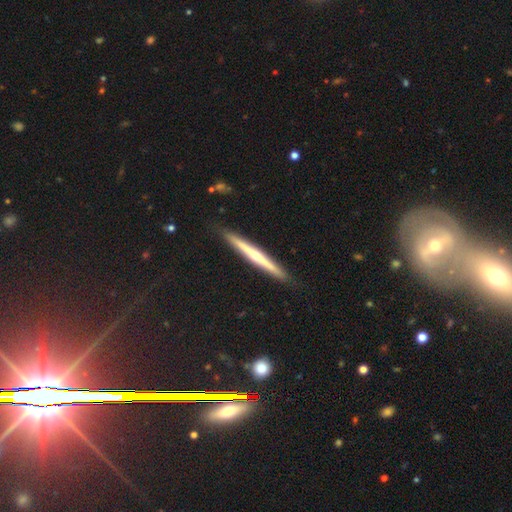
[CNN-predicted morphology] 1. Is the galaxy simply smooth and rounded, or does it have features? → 66% featured or disk, 28% smooth, 6% star or artifact.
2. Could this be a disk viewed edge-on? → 98% yes, 2% no.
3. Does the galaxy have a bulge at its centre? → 61% rounded, 34% none, 5% boxy.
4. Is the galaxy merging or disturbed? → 90% none, 7% minor disturbance, 1% major disturbance, 1% merger.